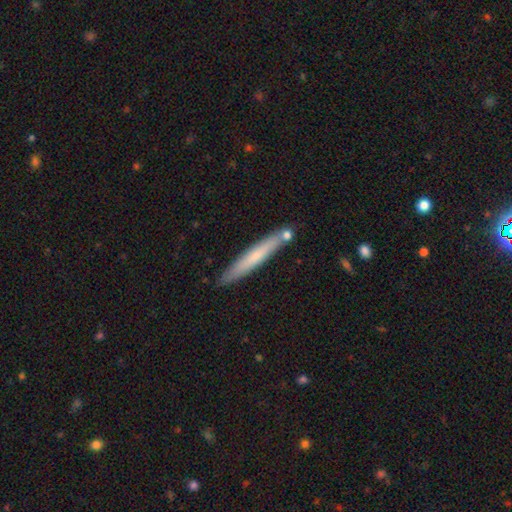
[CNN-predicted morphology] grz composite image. It shows a smooth galaxy with no disk features (62%) that is cigar-shaped (96%). Merging: none (84%).